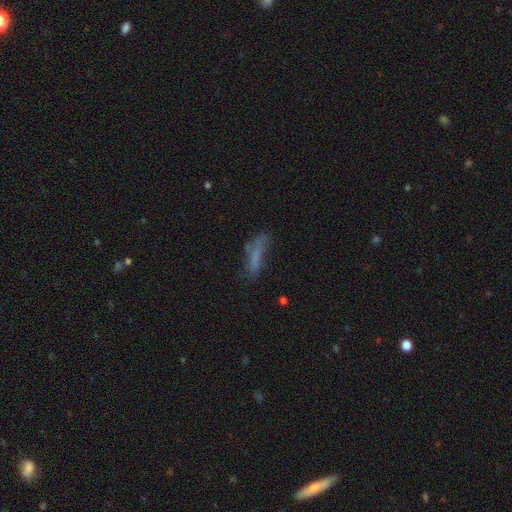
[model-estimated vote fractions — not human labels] This is likely a smooth galaxy (63%). How rounded: likely cigar-shaped (77%). Merging: possibly none (54%).